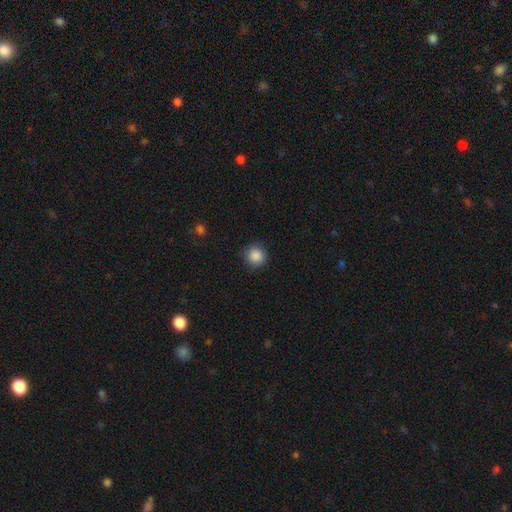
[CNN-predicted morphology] Smooth or featured? Predicted: smooth (p=0.87). How rounded? Predicted: round (p=0.94). Merging? Predicted: none (p=0.88).